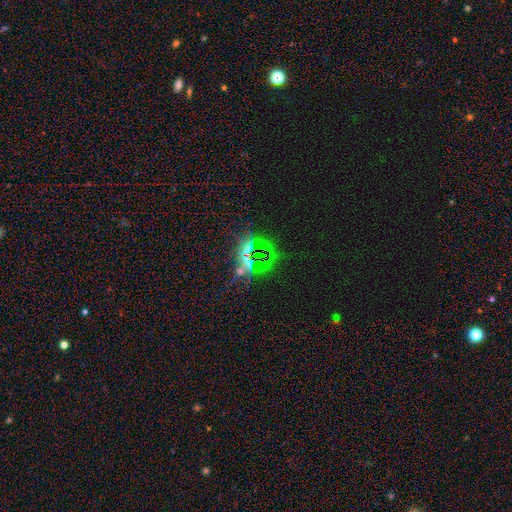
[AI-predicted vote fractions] This appears to be a star or artifact, not a galaxy (79%).